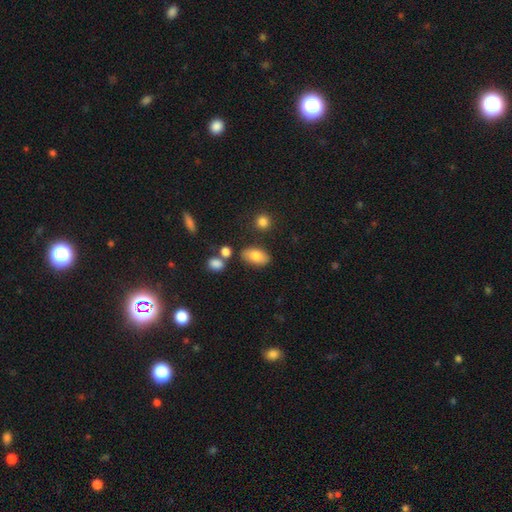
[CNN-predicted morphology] Smooth or featured: smooth — 81% (featured or disk — 10%)
How rounded: in between — 91% (round — 6%)
Merging: none — 77% (minor disturbance — 13%)